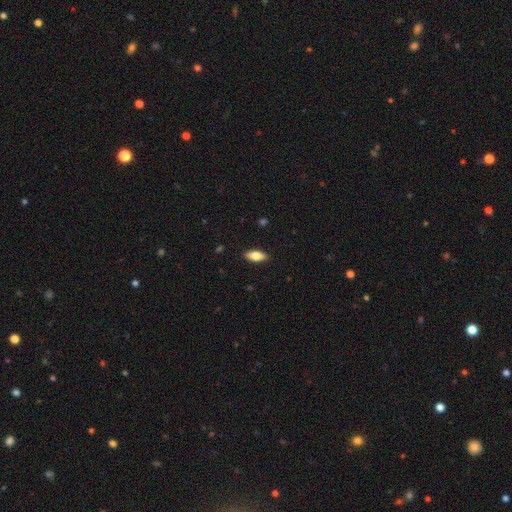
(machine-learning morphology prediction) smooth-or-featured: smooth: 75% | featured or disk: 19% | star or artifact: 6%
  how-rounded: in between: 81% | cigar-shaped: 17% | round: 3%
  merging: none: 90% | minor disturbance: 8% | major disturbance: 2% | merger: 1%